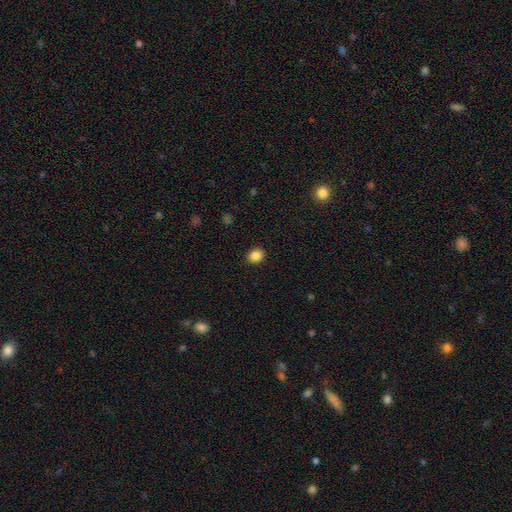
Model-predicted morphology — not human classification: smooth 86%, star or artifact 10%, featured or disk 3%. Down the decision tree: how rounded — round (74%); merging — none (92%).